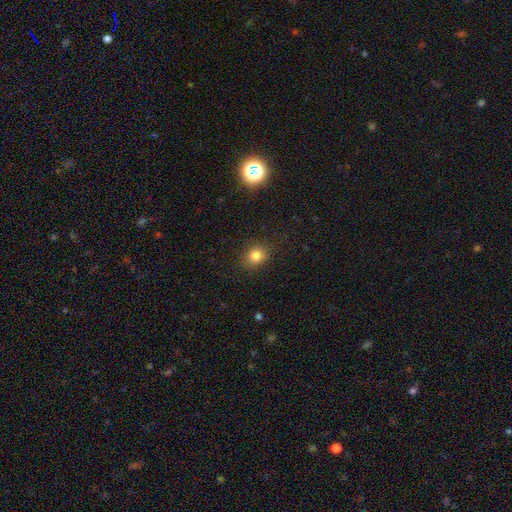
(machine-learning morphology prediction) This appears to be a smooth galaxy with no disk features (82%) that is round (67%). Merging: none (85%).